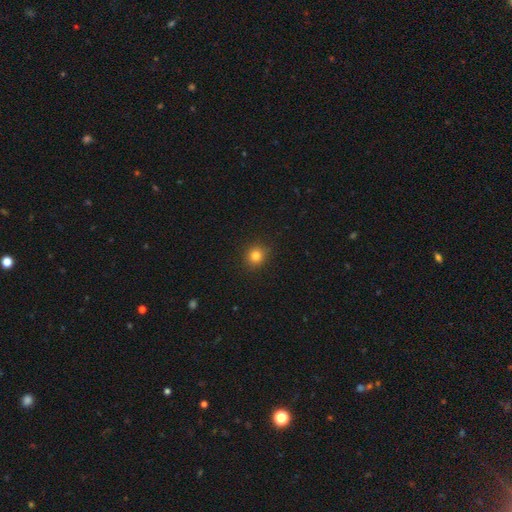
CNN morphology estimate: Smooth or featured?
  - smooth: 82% *
  - star or artifact: 13%
  - featured or disk: 5%
How rounded?
  - round: 85% *
  - in between: 14%
  - cigar-shaped: 1%
Merging?
  - none: 90% *
  - minor disturbance: 7%
  - major disturbance: 2%
  - merger: 1%